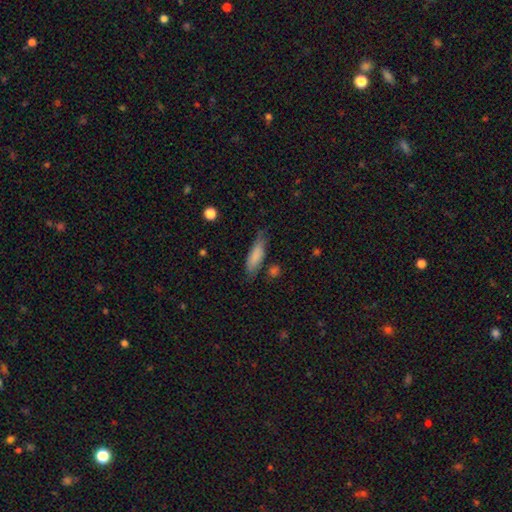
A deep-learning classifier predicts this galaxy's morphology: Smooth or featured? smooth (81%)
How rounded? cigar-shaped (52%)
Merging? none (66%)